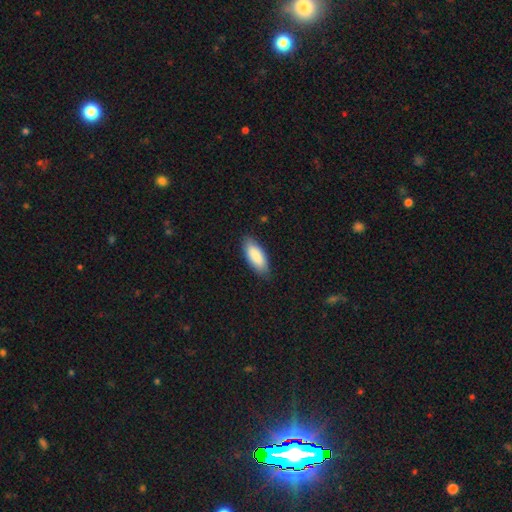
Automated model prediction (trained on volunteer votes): A smooth galaxy with no disk features (88%) that is in between round and cigar-shaped (81%). Merging: none (84%).